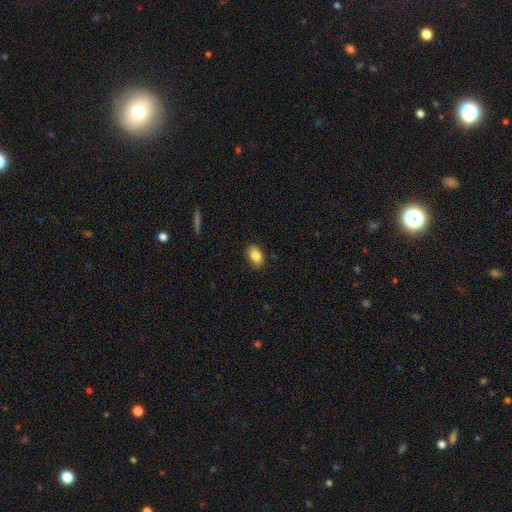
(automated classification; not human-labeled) smooth 85%, star or artifact 8%, featured or disk 7%. Down the decision tree: how rounded — in between (87%); merging — none (85%).